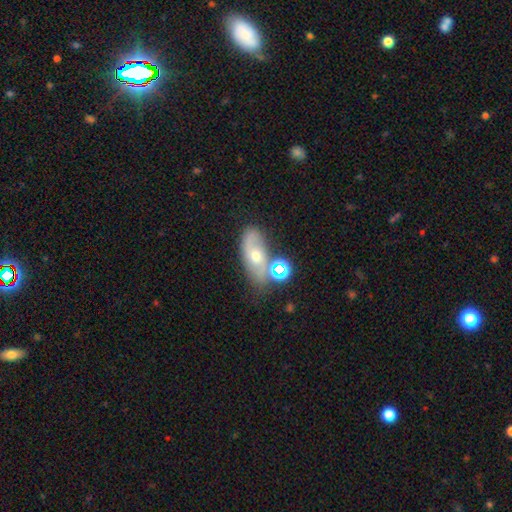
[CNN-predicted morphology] Q: Smooth or featured?
A: featured or disk (55%); runner-up: smooth (32%)
Q: Edge-on disk?
A: no (89%); runner-up: yes (11%)
Q: Merging?
A: none (48%); runner-up: minor disturbance (22%)